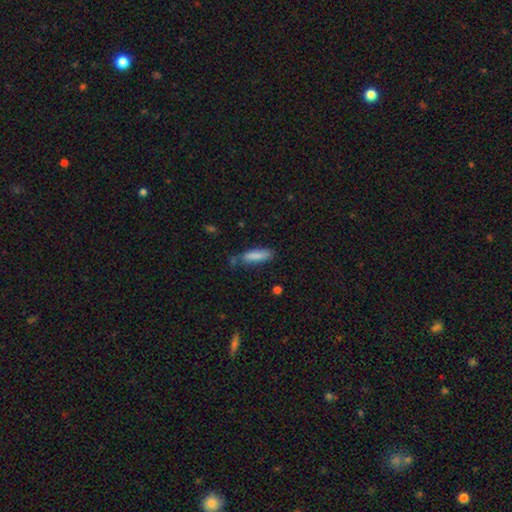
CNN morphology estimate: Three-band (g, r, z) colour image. It shows a smooth galaxy with no disk features (83%) that is cigar-shaped (61%). Merging: none (62%).